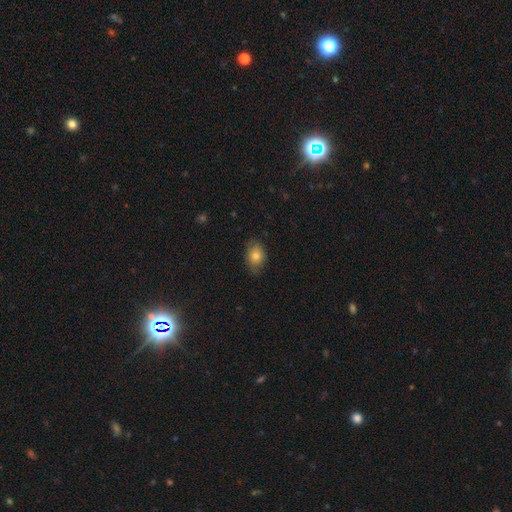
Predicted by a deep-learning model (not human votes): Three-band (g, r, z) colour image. It shows a smooth galaxy with no disk features (79%) that is in between round and cigar-shaped (78%). Merging: none (76%).